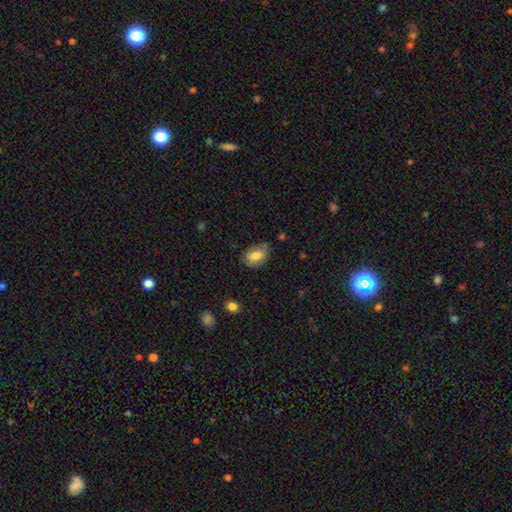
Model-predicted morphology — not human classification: This is likely a smooth galaxy (74%). How rounded: clearly in between (83%). Merging: likely none (61%).